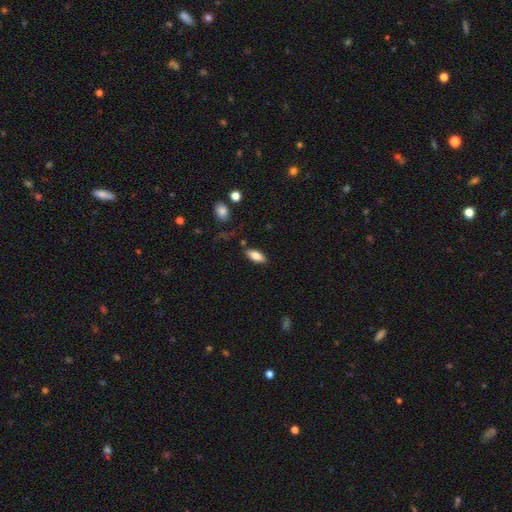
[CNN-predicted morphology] Smooth or featured?
  - smooth: 76% *
  - featured or disk: 17%
  - star or artifact: 7%
How rounded?
  - in between: 82% *
  - cigar-shaped: 16%
  - round: 2%
Merging?
  - none: 83% *
  - minor disturbance: 12%
  - major disturbance: 3%
  - merger: 2%